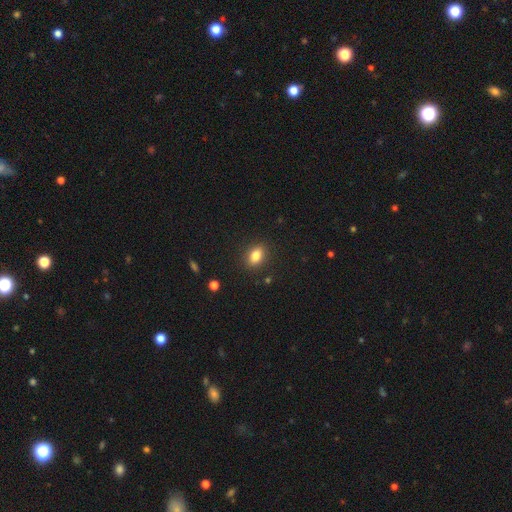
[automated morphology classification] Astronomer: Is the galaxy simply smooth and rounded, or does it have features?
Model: smooth — 83%.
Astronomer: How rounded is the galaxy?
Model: in between — 78%.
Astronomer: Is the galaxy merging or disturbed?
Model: none — 88%.